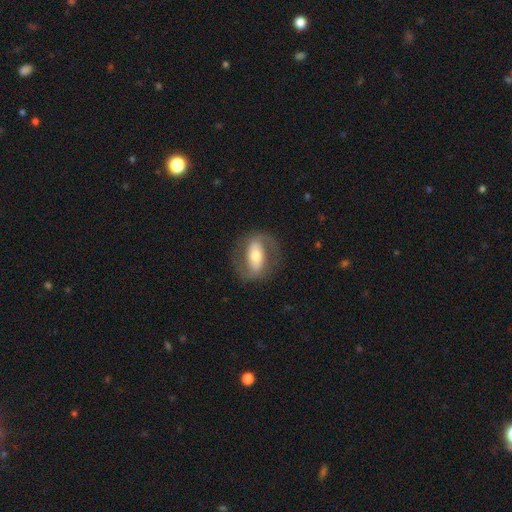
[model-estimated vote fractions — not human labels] This appears to be a featured or disk galaxy (72%) with a strong bar (54%), 2 (87%) medium (48%) spiral arms (77%) and a moderate central bulge (61%). Merging: none (78%).